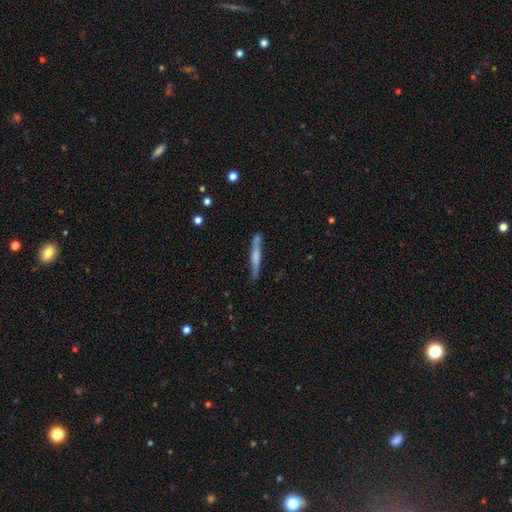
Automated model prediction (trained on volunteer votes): smooth 51%, featured or disk 43%, star or artifact 6%. Down the decision tree: how rounded — cigar-shaped (95%); merging — none (79%).